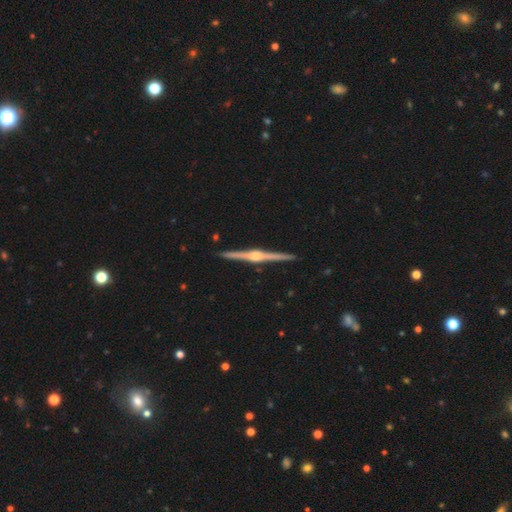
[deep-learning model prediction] featured or disk 89%, smooth 7%, star or artifact 4%. Down the decision tree: edge-on disk — yes (99%); edge-on bulge — rounded (85%); merging — none (93%).